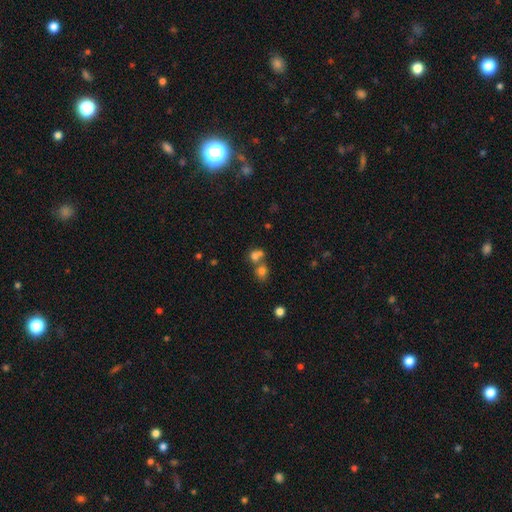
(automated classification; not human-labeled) A smooth galaxy with no disk features (69%) that is round (71%).

Vote fractions:
- Smooth or featured? smooth: 69% / star or artifact: 17% / featured or disk: 14%
- How rounded? round: 71% / in between: 28% / cigar-shaped: 1%
- Merging? merger: 54% / none: 35% / minor disturbance: 7% / major disturbance: 4%